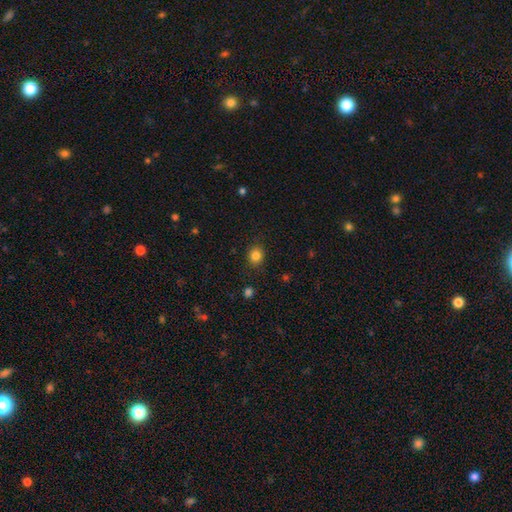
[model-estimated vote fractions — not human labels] Smooth or featured? smooth (84%)
How rounded? round (71%)
Merging? none (87%)